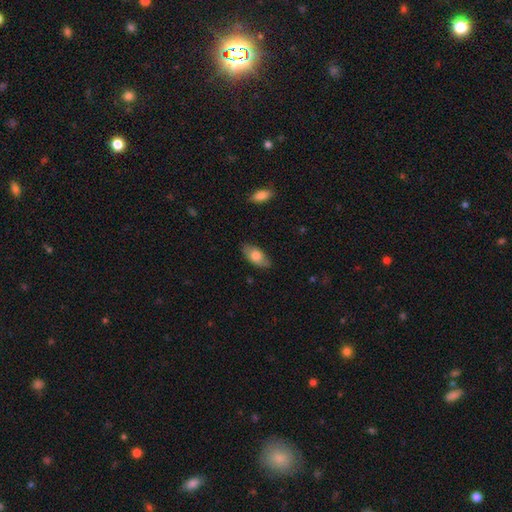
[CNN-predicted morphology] A smooth galaxy with no disk features (74%) that is in between round and cigar-shaped (91%).

Vote fractions:
- Smooth or featured? smooth: 74% / featured or disk: 20% / star or artifact: 6%
- How rounded? in between: 91% / cigar-shaped: 6% / round: 3%
- Merging? none: 82% / minor disturbance: 14% / major disturbance: 3% / merger: 1%